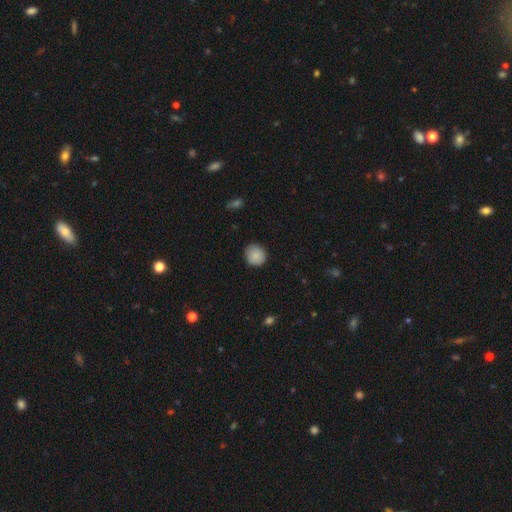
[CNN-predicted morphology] Smooth or featured?
  - smooth: 87% *
  - star or artifact: 8%
  - featured or disk: 6%
How rounded?
  - round: 85% *
  - in between: 14%
  - cigar-shaped: 1%
Merging?
  - none: 85% *
  - minor disturbance: 12%
  - major disturbance: 2%
  - merger: 1%